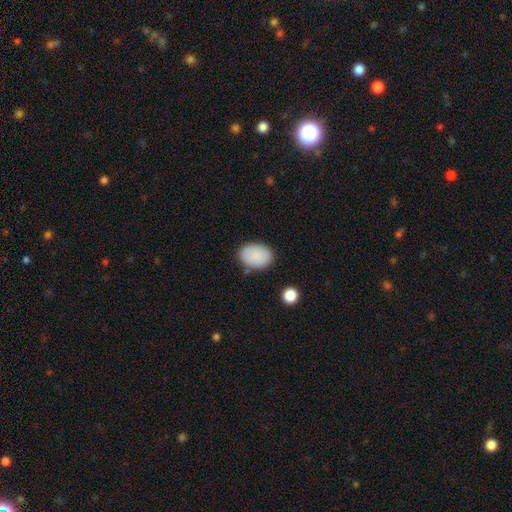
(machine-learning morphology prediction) smooth_or_featured: smooth (p=0.88) [alt: star or artifact p=0.07]
how_rounded: in between (p=0.80) [alt: round p=0.19]
merging: none (p=0.81) [alt: minor disturbance p=0.13]